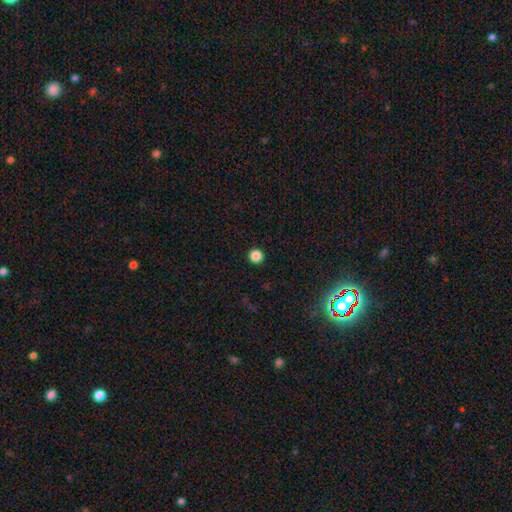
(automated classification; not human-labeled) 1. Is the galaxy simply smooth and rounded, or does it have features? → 85% smooth, 12% star or artifact, 3% featured or disk.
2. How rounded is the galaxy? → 95% round, 4% in between, 1% cigar-shaped.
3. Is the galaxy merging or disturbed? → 94% none, 4% minor disturbance, 1% major disturbance, 1% merger.